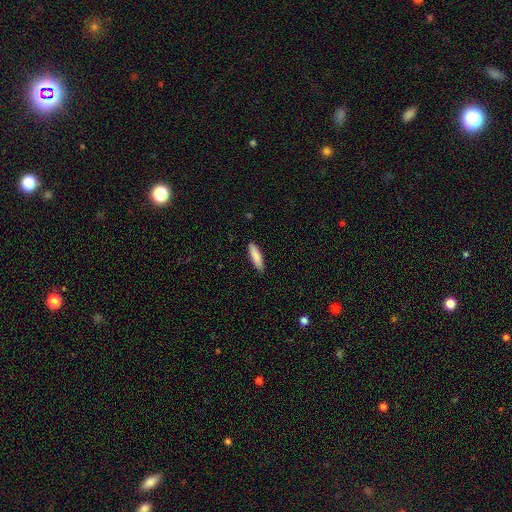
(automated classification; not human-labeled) Smooth or featured? smooth (86%)
How rounded? cigar-shaped (68%)
Merging? none (87%)